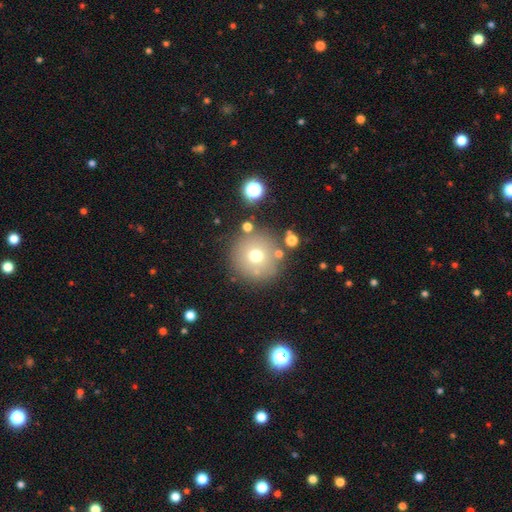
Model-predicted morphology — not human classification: smooth 67%, featured or disk 17%, star or artifact 16%. Down the decision tree: how rounded — round (95%); merging — none (82%).